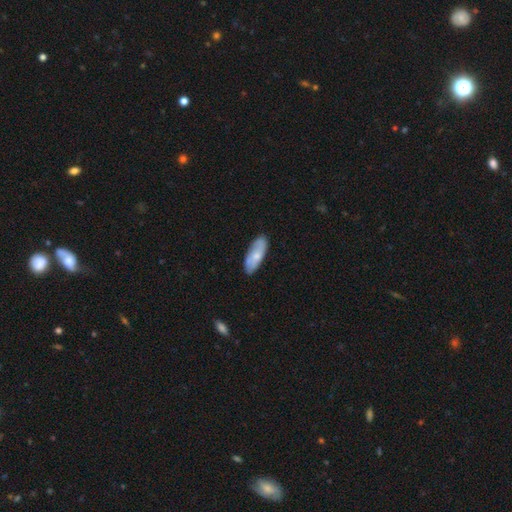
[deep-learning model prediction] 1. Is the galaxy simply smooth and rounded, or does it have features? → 64% smooth, 31% featured or disk, 5% star or artifact.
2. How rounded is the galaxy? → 74% in between, 24% cigar-shaped, 2% round.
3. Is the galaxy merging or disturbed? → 82% none, 14% minor disturbance, 2% major disturbance, 1% merger.